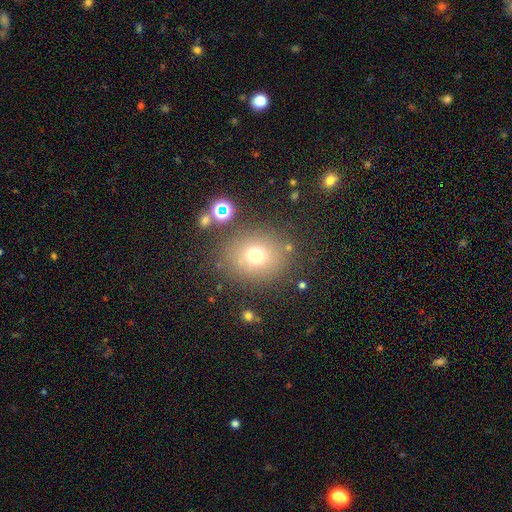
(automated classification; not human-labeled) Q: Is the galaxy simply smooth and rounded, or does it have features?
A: smooth — 69%.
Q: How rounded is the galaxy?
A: round — 76%.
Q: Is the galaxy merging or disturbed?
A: none — 80%.